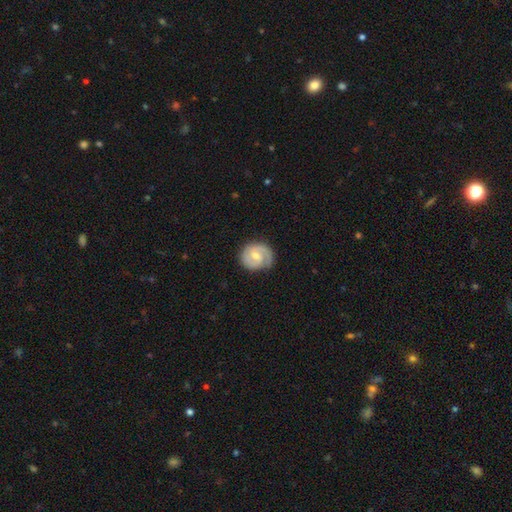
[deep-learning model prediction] Q: Smooth or featured?
A: featured or disk (77%); runner-up: smooth (18%)
Q: Edge-on disk?
A: no (98%); runner-up: yes (2%)
Q: Bar?
A: weak (54%); runner-up: no (37%)
Q: Spiral arms?
A: yes (95%); runner-up: no (5%)
Q: Spiral winding?
A: tight (52%); runner-up: medium (39%)
Q: Spiral arm count?
A: 2 (79%); runner-up: 1 (8%)
Q: Bulge size?
A: moderate (49%); runner-up: small (45%)
Q: Merging?
A: none (80%); runner-up: minor disturbance (14%)